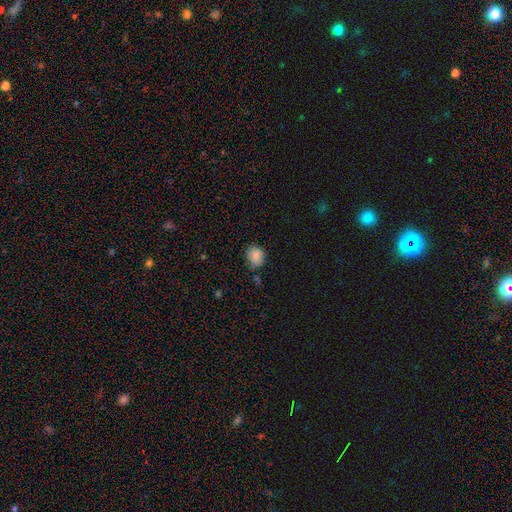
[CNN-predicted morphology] Smooth or featured?
  - smooth: 84% *
  - star or artifact: 10%
  - featured or disk: 6%
How rounded?
  - round: 57% *
  - in between: 42%
  - cigar-shaped: 1%
Merging?
  - none: 68% *
  - minor disturbance: 24%
  - major disturbance: 4%
  - merger: 4%